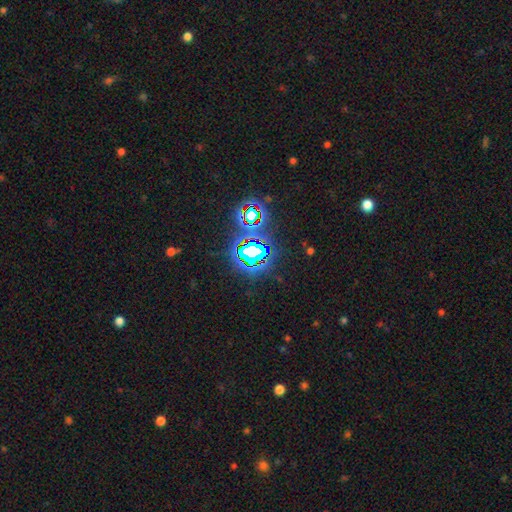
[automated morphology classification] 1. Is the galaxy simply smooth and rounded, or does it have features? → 81% star or artifact, 11% smooth, 8% featured or disk.